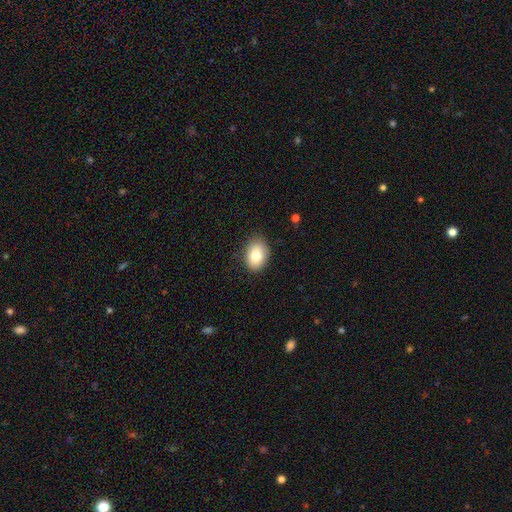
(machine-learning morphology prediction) smooth-or-featured: smooth: 81% | featured or disk: 11% | star or artifact: 8%
  how-rounded: in between: 78% | round: 21% | cigar-shaped: 1%
  merging: none: 84% | minor disturbance: 12% | major disturbance: 3% | merger: 1%